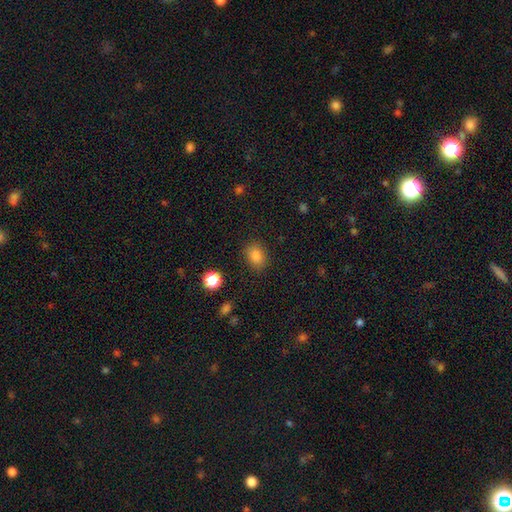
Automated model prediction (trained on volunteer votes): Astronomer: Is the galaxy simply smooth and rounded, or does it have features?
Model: smooth — 84%.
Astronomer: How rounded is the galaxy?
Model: in between — 59% (runner-up: round, 39%).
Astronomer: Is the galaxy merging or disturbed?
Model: none — 85%.